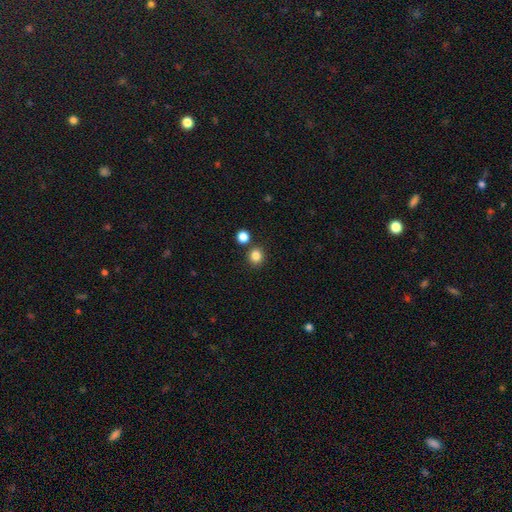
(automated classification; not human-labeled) This is clearly a smooth galaxy (84%). How rounded: clearly round (87%). Merging: clearly none (81%).